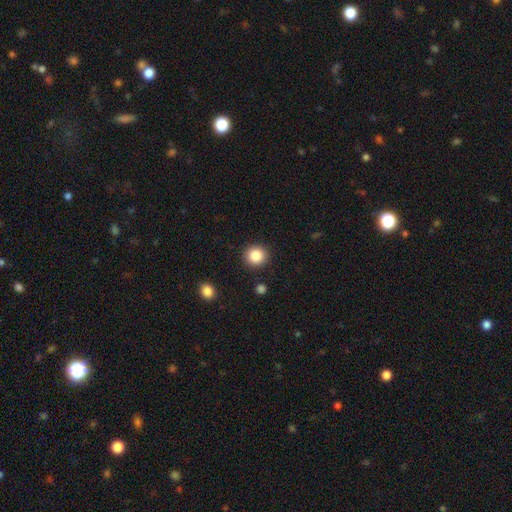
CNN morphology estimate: Smooth or featured? smooth (86%)
How rounded? round (91%)
Merging? none (90%)